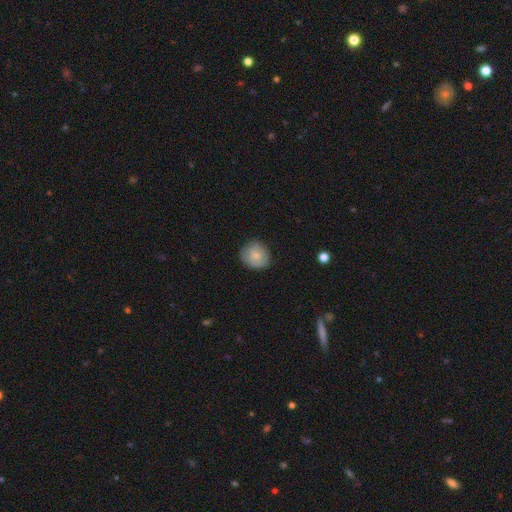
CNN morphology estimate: smooth 73%, featured or disk 19%, star or artifact 7%. Down the decision tree: how rounded — round (85%); merging — none (78%).